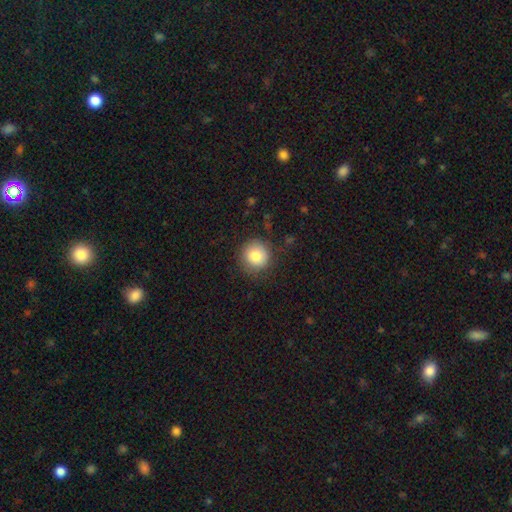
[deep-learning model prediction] smooth_or_featured: smooth (p=0.81) [alt: star or artifact p=0.09]
how_rounded: round (p=0.93) [alt: in between p=0.06]
merging: none (p=0.84) [alt: minor disturbance p=0.11]